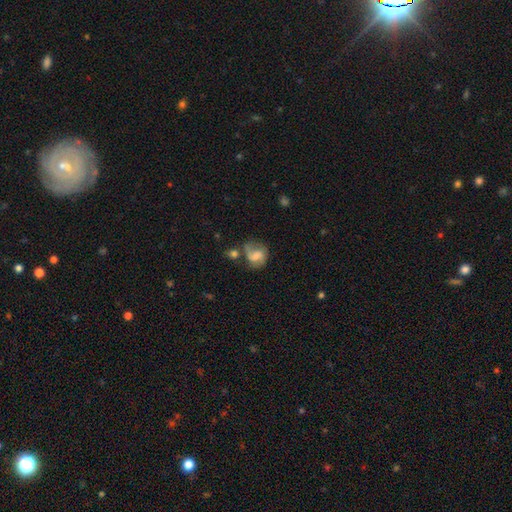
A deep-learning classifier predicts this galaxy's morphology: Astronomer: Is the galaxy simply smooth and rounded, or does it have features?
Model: featured or disk — 47% (runner-up: smooth, 44%).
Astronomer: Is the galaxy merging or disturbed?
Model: none — 44% (runner-up: minor disturbance, 23%).